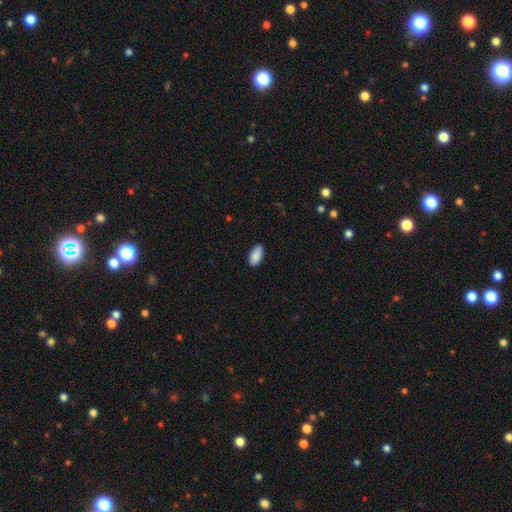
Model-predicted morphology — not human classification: smooth-or-featured: smooth: 89% | star or artifact: 6% | featured or disk: 5%
  how-rounded: in between: 94% | cigar-shaped: 4% | round: 2%
  merging: none: 87% | minor disturbance: 11% | major disturbance: 2% | merger: 1%